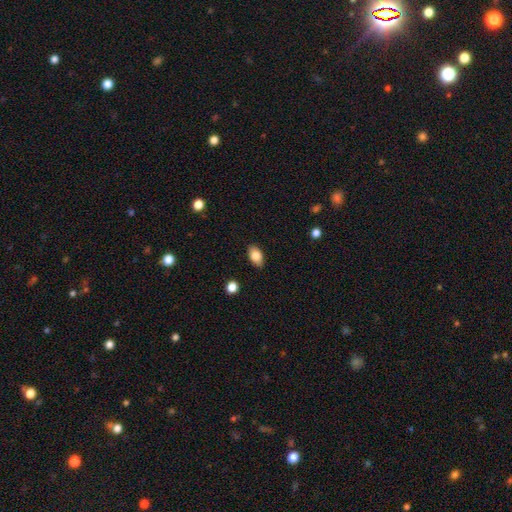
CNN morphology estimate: Smooth or featured? Predicted: smooth (p=0.84). How rounded? Predicted: in between (p=0.90). Merging? Predicted: none (p=0.87).